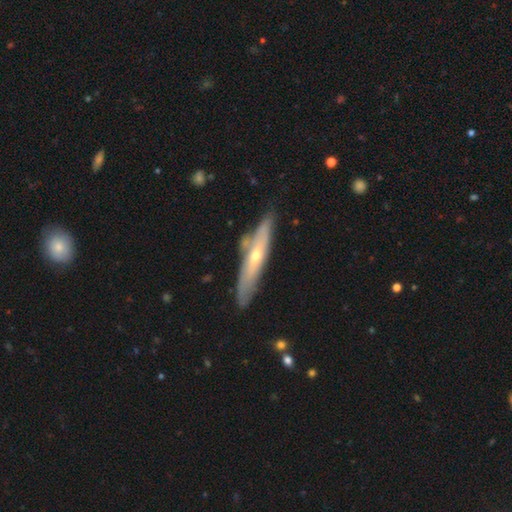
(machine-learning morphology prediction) Q: Smooth or featured?
A: featured or disk (60%); runner-up: smooth (35%)
Q: Edge-on disk?
A: yes (71%); runner-up: no (29%)
Q: Merging?
A: none (74%); runner-up: minor disturbance (16%)